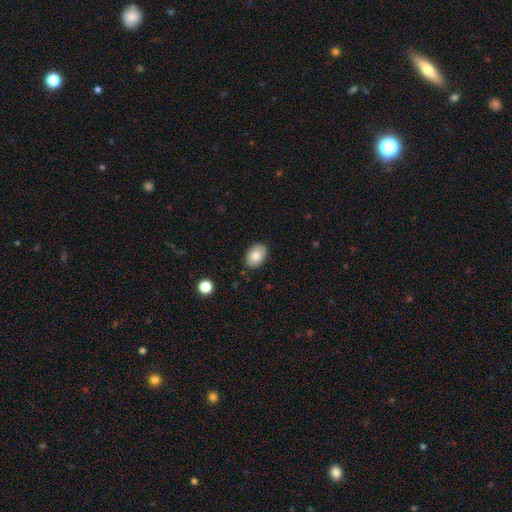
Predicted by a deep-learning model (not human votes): Q: Smooth or featured?
A: smooth (80%); runner-up: featured or disk (12%)
Q: How rounded?
A: in between (83%); runner-up: round (16%)
Q: Merging?
A: none (86%); runner-up: minor disturbance (11%)